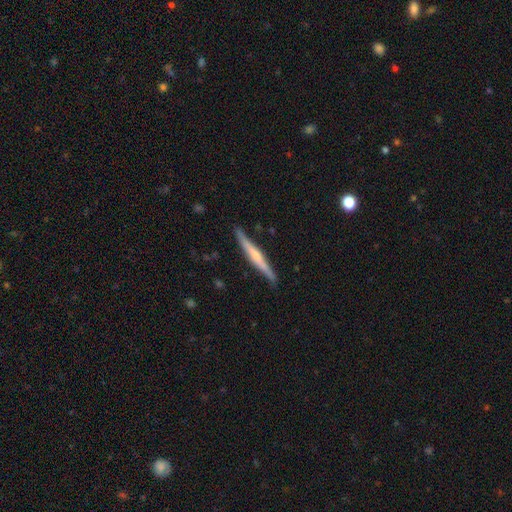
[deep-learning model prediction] Overall: featured or disk (63%; smooth 32%). Edge-on disk: yes (97%). Edge-on bulge: rounded (58%; none 29%). Merging: none (89%).